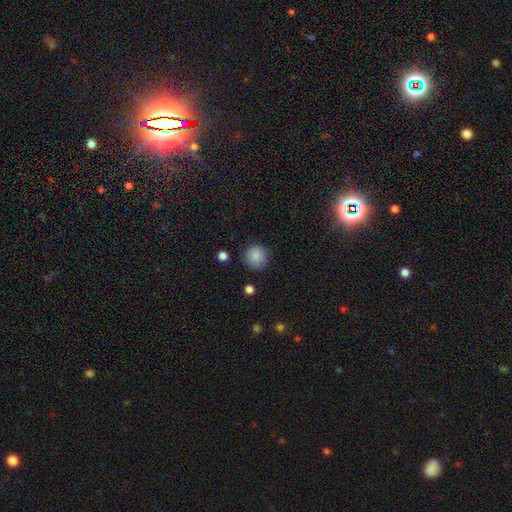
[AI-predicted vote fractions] A smooth galaxy with no disk features (87%) that is round (93%).

Vote fractions:
- Smooth or featured? smooth: 87% / star or artifact: 9% / featured or disk: 5%
- How rounded? round: 93% / in between: 6% / cigar-shaped: 1%
- Merging? none: 86% / minor disturbance: 10% / major disturbance: 3% / merger: 2%